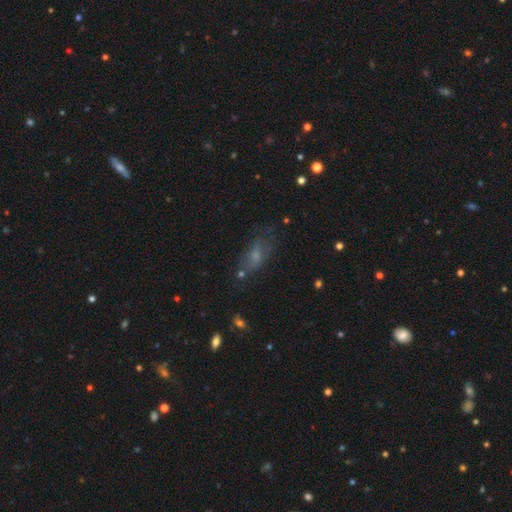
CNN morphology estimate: smooth_or_featured: smooth (p=0.55) [alt: featured or disk p=0.27]
how_rounded: in between (p=0.75) [alt: cigar-shaped p=0.19]
merging: none (p=0.54) [alt: minor disturbance p=0.24]